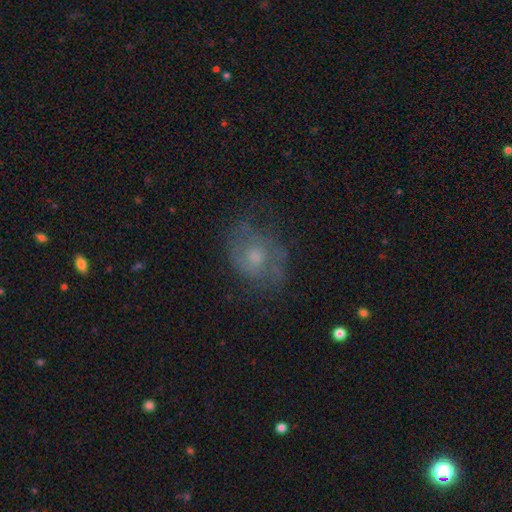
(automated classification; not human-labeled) Smooth or featured? featured or disk (50%)
Edge-on disk? no (96%)
Merging? none (70%)